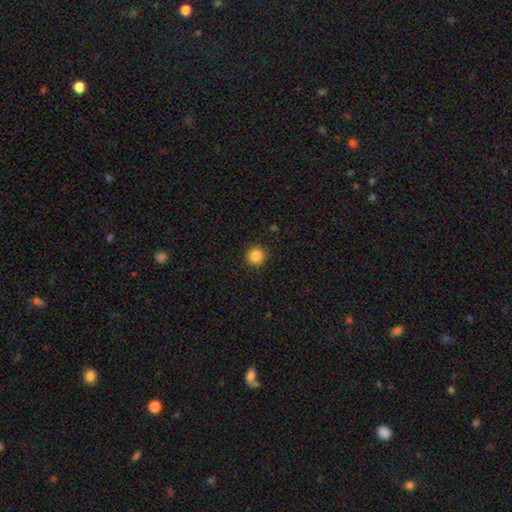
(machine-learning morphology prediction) Smooth or featured: smooth — 86% (star or artifact — 10%)
How rounded: round — 94% (in between — 5%)
Merging: none — 91% (minor disturbance — 6%)